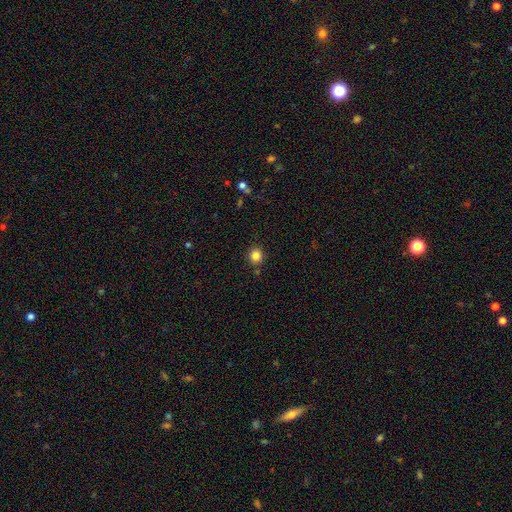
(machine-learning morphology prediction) smooth 84%, star or artifact 12%, featured or disk 4%. Down the decision tree: how rounded — round (90%); merging — none (87%).